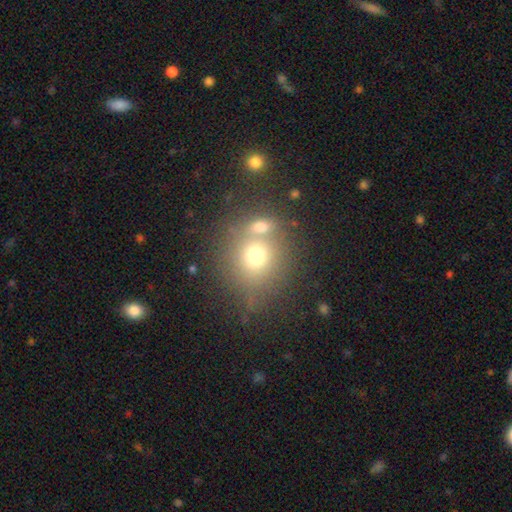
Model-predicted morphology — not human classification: A smooth galaxy with no disk features (70%) that is round (81%).

Vote fractions:
- Smooth or featured? smooth: 70% / featured or disk: 16% / star or artifact: 15%
- How rounded? round: 81% / in between: 18% / cigar-shaped: 1%
- Merging? none: 51% / merger: 33% / minor disturbance: 11% / major disturbance: 5%